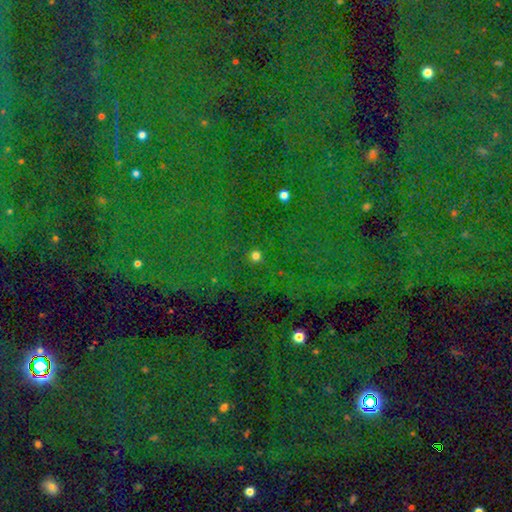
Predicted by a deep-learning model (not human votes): Smooth or featured: smooth — 56% (star or artifact — 37%)
How rounded: round — 92% (in between — 6%)
Merging: none — 84% (minor disturbance — 8%)